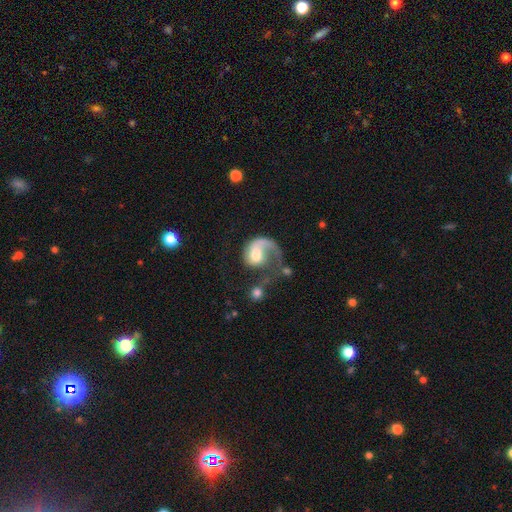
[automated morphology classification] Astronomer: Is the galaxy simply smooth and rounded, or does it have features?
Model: featured or disk — 72%.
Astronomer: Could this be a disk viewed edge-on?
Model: no — 98%.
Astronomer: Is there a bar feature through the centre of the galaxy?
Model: no — 69%.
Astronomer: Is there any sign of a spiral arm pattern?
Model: yes — 87%.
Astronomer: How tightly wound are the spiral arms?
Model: loose — 54% (runner-up: medium, 29%).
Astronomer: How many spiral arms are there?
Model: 1 — 90%.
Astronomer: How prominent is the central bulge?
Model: moderate — 59%.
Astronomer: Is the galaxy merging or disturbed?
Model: major disturbance — 47% (runner-up: none, 26%).